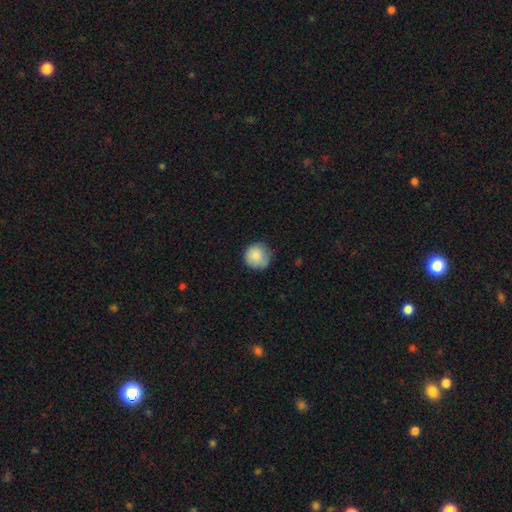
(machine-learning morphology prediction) Smooth or featured: smooth — 86% (star or artifact — 7%)
How rounded: round — 93% (in between — 6%)
Merging: none — 76% (minor disturbance — 20%)